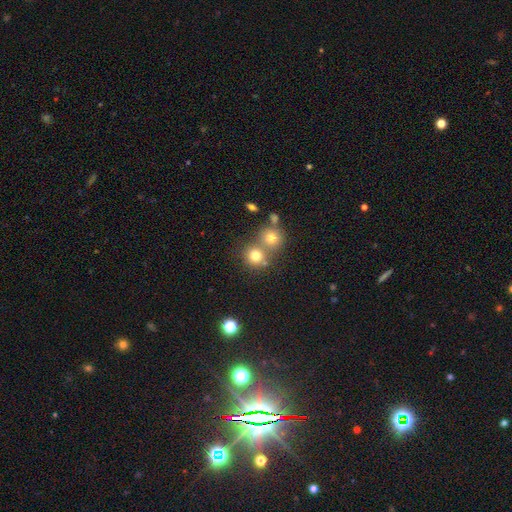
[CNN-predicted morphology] This appears to be a smooth galaxy with no disk features (76%) that is round (87%). Merging: none (53%).